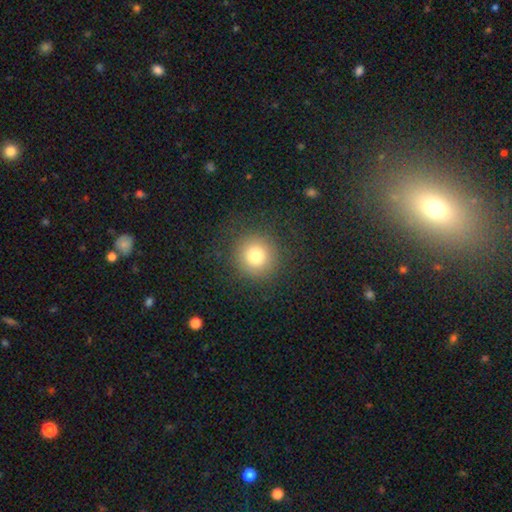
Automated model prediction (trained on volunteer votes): smooth_or_featured: smooth (p=0.76) [alt: star or artifact p=0.14]
how_rounded: round (p=0.94) [alt: in between p=0.05]
merging: none (p=0.87) [alt: minor disturbance p=0.07]